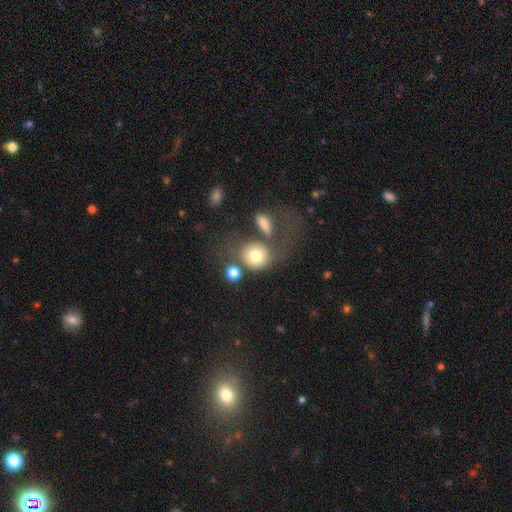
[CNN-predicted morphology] Overall: smooth (75%). How rounded: round (76%). Merging: none (38%; merger 26%).